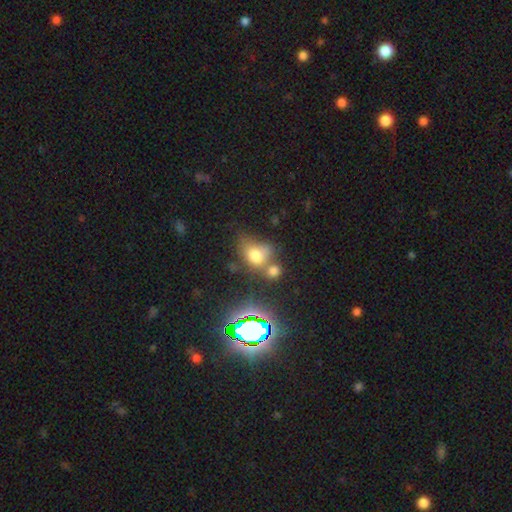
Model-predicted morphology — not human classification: smooth-or-featured: smooth: 65% | star or artifact: 22% | featured or disk: 14%
  how-rounded: in between: 62% | round: 36% | cigar-shaped: 2%
  merging: none: 38% | merger: 34% | minor disturbance: 17% | major disturbance: 11%